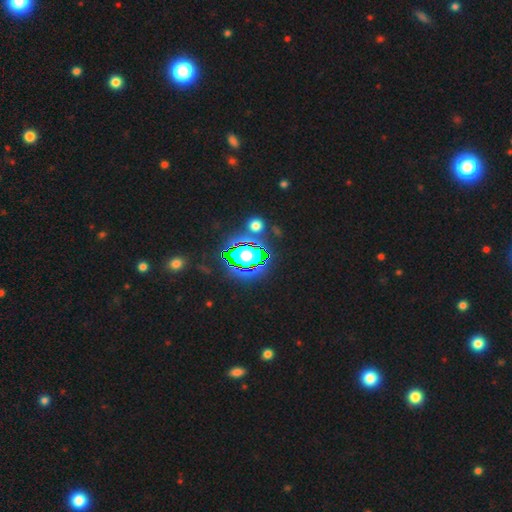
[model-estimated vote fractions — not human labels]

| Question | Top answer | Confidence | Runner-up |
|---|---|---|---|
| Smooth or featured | star or artifact | 79% | smooth (13%) |